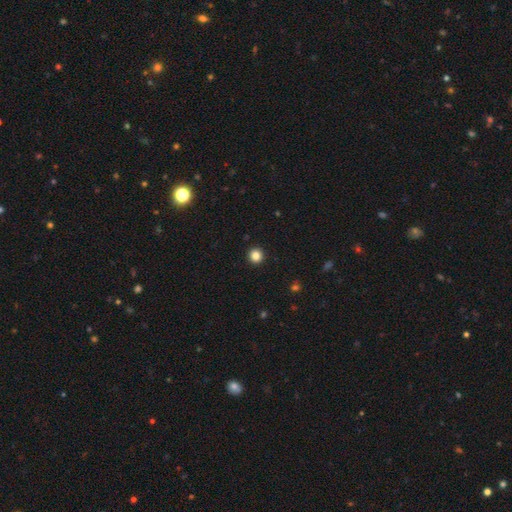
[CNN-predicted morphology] Smooth or featured?
  - smooth: 85% *
  - star or artifact: 11%
  - featured or disk: 4%
How rounded?
  - round: 94% *
  - in between: 5%
  - cigar-shaped: 1%
Merging?
  - none: 94% *
  - minor disturbance: 4%
  - major disturbance: 1%
  - merger: 1%